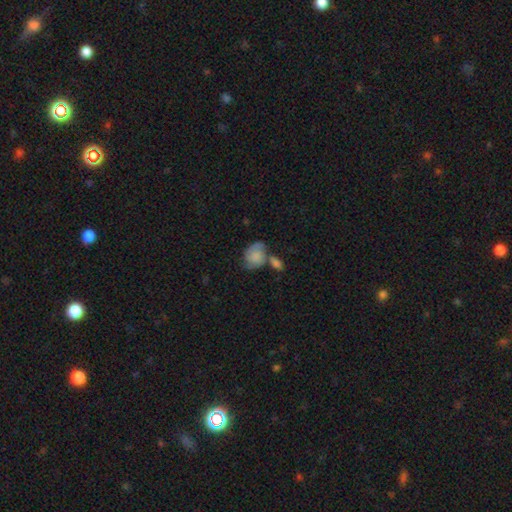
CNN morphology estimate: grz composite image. It shows a smooth galaxy with no disk features (58%) that is in between round and cigar-shaped (59%). Merging: none (35%).